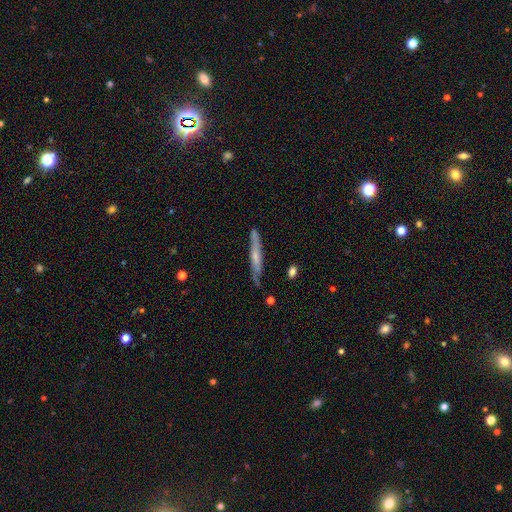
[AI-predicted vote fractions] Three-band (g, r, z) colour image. It shows a featured or disk galaxy (54%) viewed edge-on (82%). Merging: none (74%).